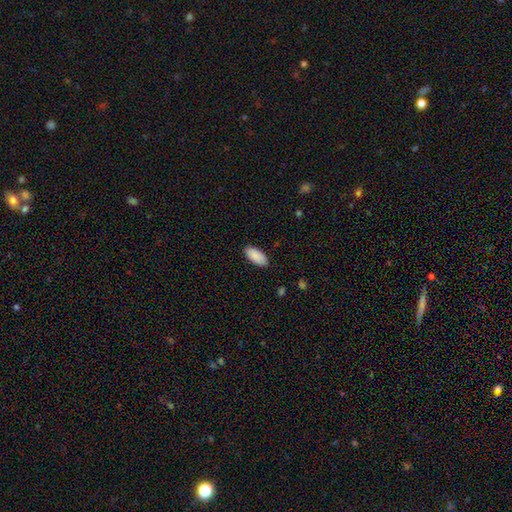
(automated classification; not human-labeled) Smooth or featured? smooth (91%)
How rounded? in between (92%)
Merging? none (88%)